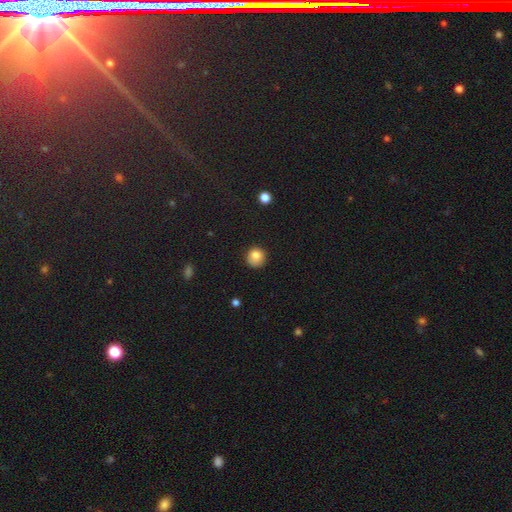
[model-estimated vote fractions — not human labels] Overall: smooth (83%). How rounded: round (90%). Merging: none (78%).